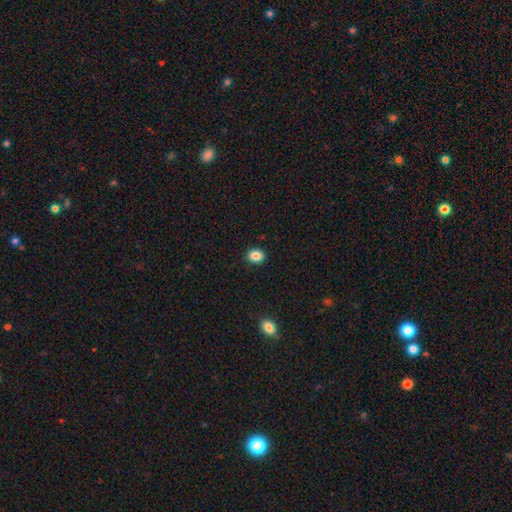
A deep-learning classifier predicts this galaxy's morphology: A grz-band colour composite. It shows a smooth galaxy with no disk features (87%) that is in between round and cigar-shaped (58%). Merging: none (88%).